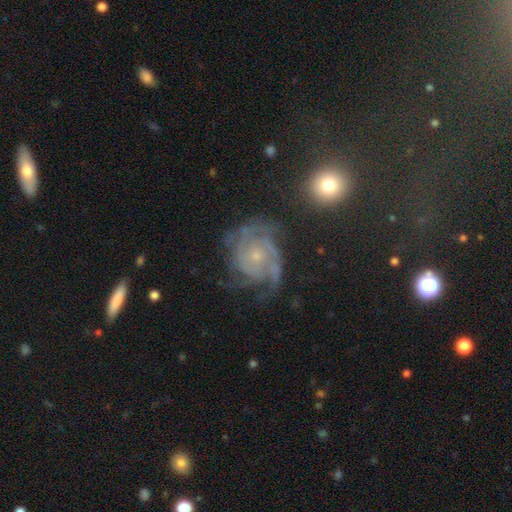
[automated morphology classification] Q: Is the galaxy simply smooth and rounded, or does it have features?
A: featured or disk — 85%.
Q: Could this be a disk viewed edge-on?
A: no — 98%.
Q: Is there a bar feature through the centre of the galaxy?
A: no — 77%.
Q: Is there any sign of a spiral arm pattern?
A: yes — 96%.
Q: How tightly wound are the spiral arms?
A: tight — 56%.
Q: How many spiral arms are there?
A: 3 — 30%.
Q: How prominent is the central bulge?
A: small — 75%.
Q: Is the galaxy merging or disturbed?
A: none — 55%.